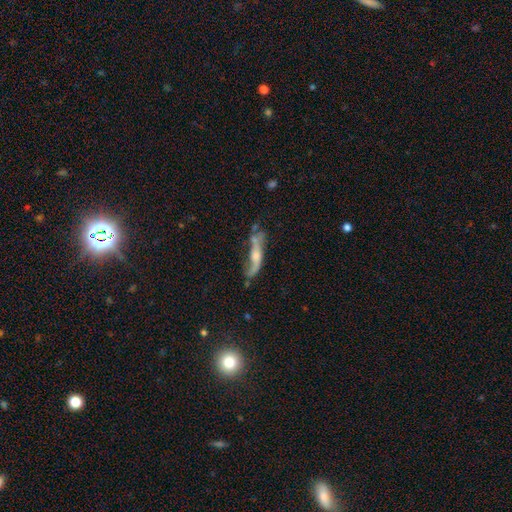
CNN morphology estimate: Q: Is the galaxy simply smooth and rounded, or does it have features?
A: featured or disk — 66%.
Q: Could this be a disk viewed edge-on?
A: no — 54%.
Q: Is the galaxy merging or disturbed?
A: none — 44%.